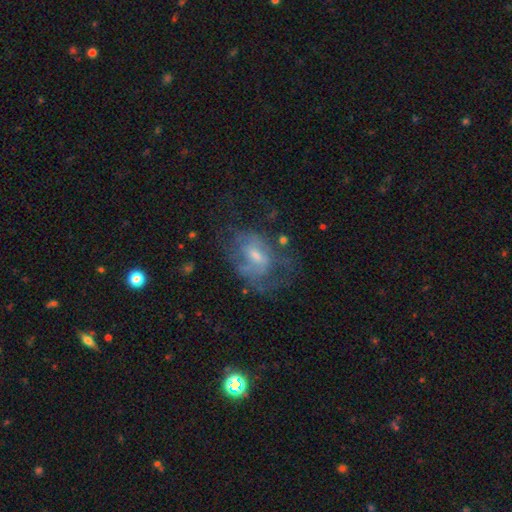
Smooth or featured: featured or disk — 72% (smooth — 20%)
Edge-on disk: no — 97% (yes — 3%)
Bar: no — 50% (weak — 46%)
Spiral arms: yes — 68% (no — 32%)
Spiral winding: loose — 63% (medium — 26%)
Spiral arm count: can't tell — 53% (2 — 26%)
Bulge size: small — 68% (moderate — 32%)
Merging: major disturbance — 46% (minor disturbance — 27%)